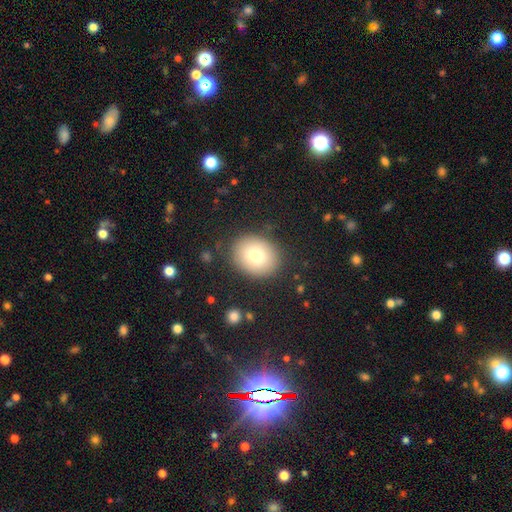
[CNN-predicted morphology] Overall: smooth (75%). How rounded: round (57%; in between 42%). Merging: none (84%).